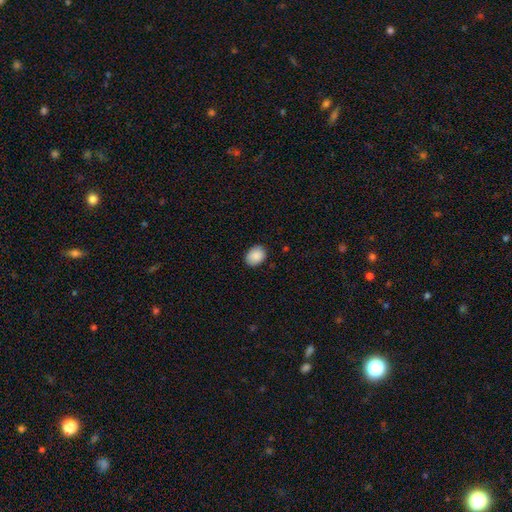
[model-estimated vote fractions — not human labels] The model was most divided on "how rounded": in between: 56%, round: 43%, cigar-shaped: 1%. More confident: smooth or featured — smooth (90%); merging — none (87%).